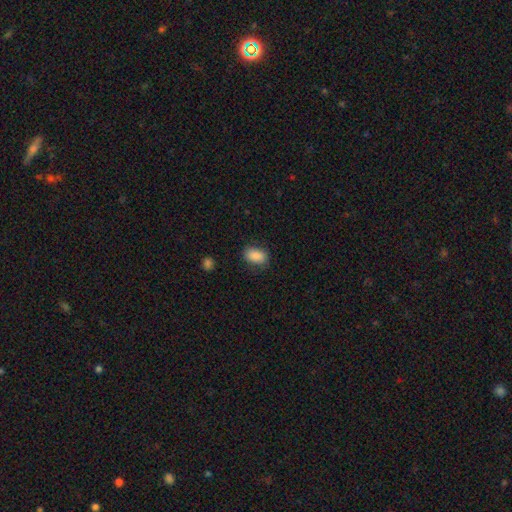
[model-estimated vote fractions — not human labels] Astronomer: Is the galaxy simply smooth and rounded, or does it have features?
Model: smooth — 86%.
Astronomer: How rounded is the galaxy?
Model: in between — 86%.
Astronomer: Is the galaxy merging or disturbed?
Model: none — 80%.